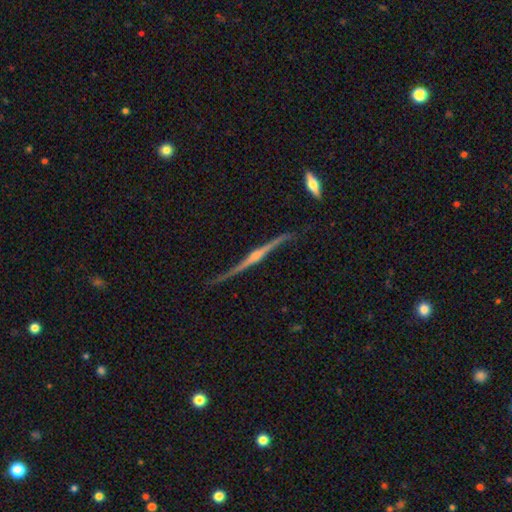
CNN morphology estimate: smooth-or-featured: featured or disk: 87% | smooth: 7% | star or artifact: 6%
  disk-edge-on: yes: 93% | no: 7%
    edge-on-bulge: rounded: 83% | none: 10% | boxy: 7%
  merging: none: 71% | minor disturbance: 20% | major disturbance: 6% | merger: 3%